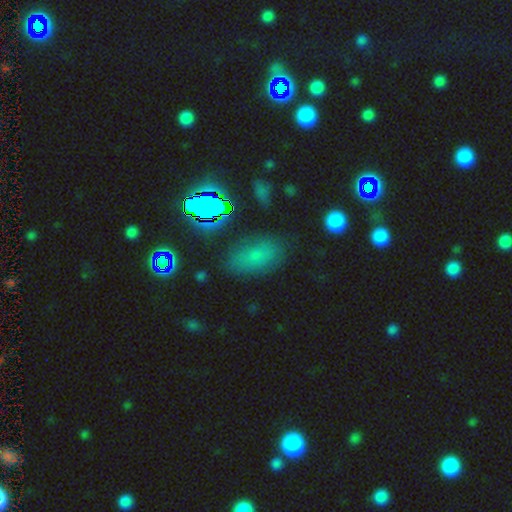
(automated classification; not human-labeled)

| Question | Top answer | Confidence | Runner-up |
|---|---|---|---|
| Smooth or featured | smooth | 64% | star or artifact (24%) |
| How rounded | in between | 88% | round (9%) |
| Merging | none | 75% | minor disturbance (16%) |